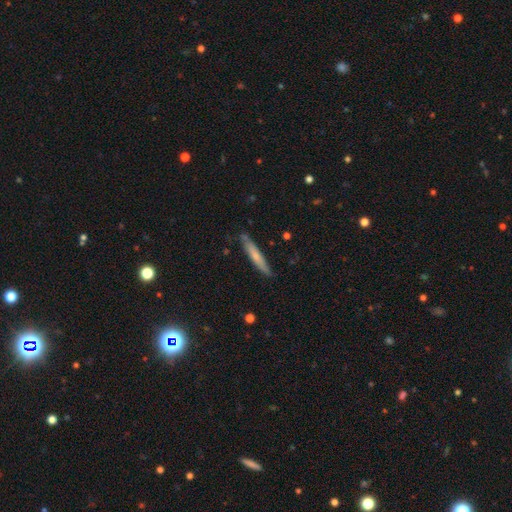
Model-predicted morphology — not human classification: The model was most divided on "smooth or featured": smooth: 61%, featured or disk: 33%, star or artifact: 6%. More confident: how rounded — cigar-shaped (94%); merging — none (82%).